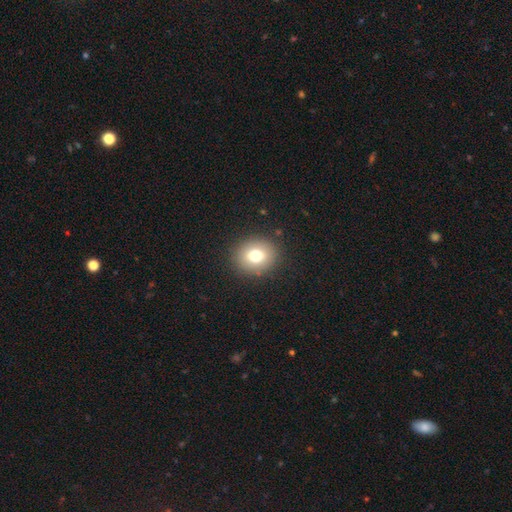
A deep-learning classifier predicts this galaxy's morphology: smooth 75%, featured or disk 13%, star or artifact 12%. Down the decision tree: how rounded — round (72%); merging — none (88%).